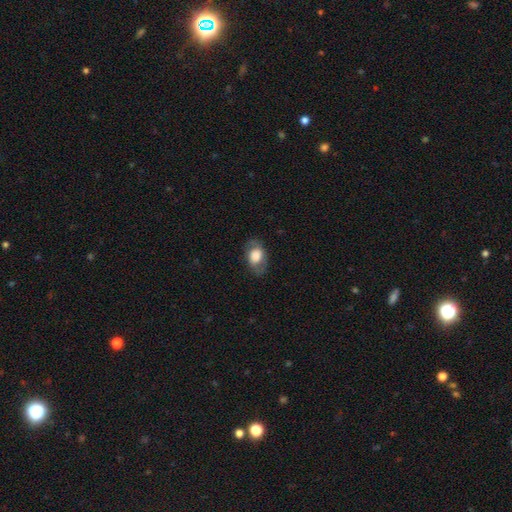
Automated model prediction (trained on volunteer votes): Smooth or featured? smooth (67%)
How rounded? in between (80%)
Merging? none (73%)